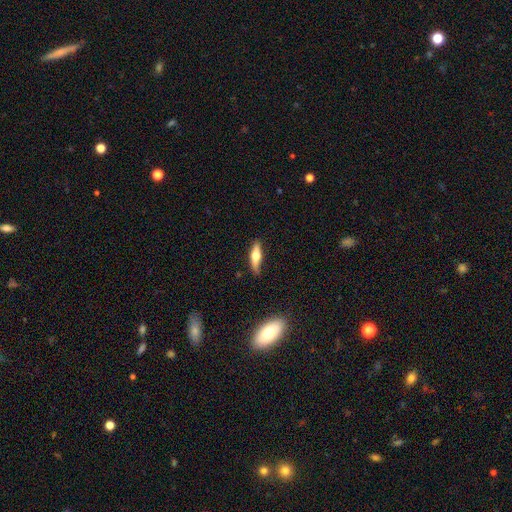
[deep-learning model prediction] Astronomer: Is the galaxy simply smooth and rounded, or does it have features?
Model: smooth — 50% (runner-up: featured or disk, 43%).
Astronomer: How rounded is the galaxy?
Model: cigar-shaped — 65%.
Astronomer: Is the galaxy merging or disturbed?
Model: none — 80%.